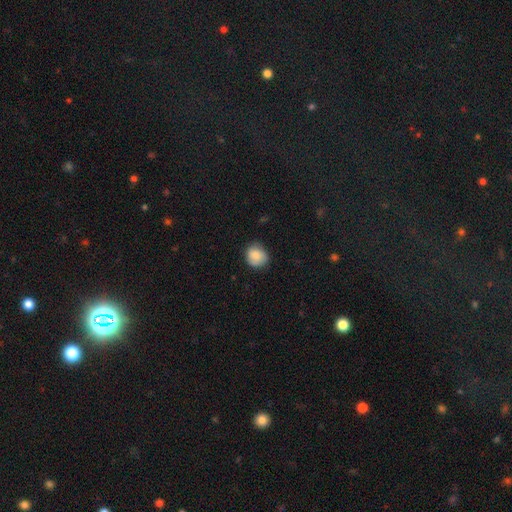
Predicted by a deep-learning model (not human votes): Overall: smooth (83%). How rounded: round (79%). Merging: none (73%).